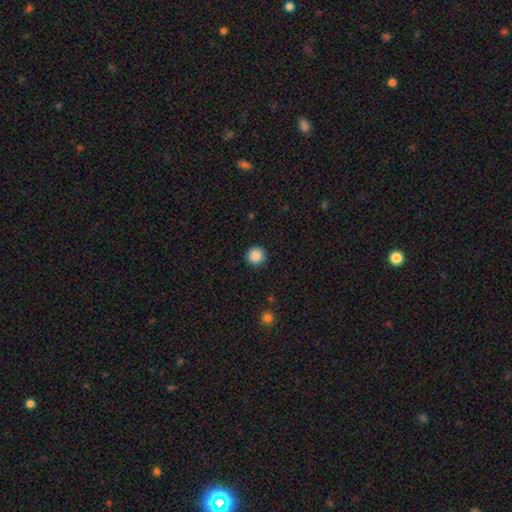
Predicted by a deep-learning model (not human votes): Q: Smooth or featured?
A: smooth (88%); runner-up: star or artifact (10%)
Q: How rounded?
A: round (95%); runner-up: in between (4%)
Q: Merging?
A: none (92%); runner-up: minor disturbance (5%)